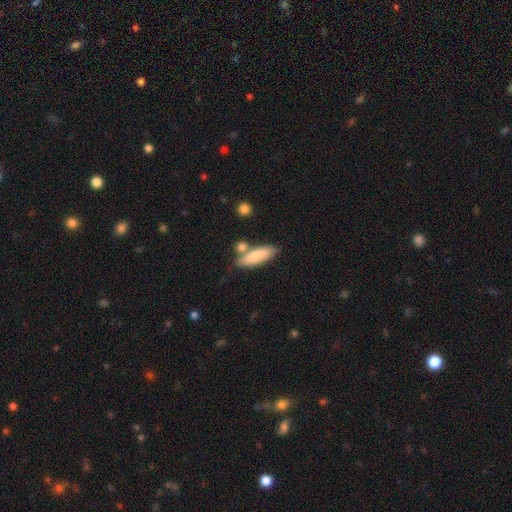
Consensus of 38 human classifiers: Smooth or featured? smooth (87%)
How rounded? in between (61%)
Merging? none (65%)